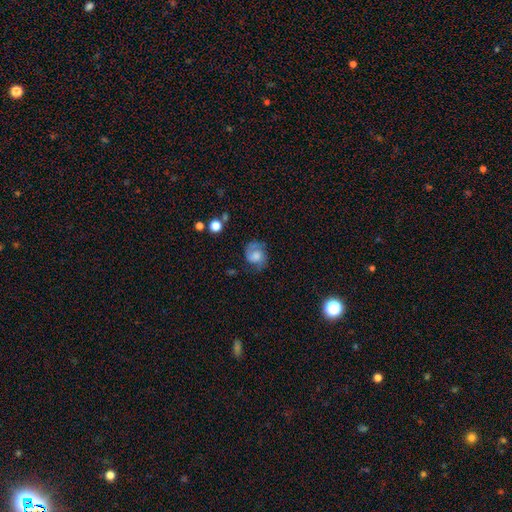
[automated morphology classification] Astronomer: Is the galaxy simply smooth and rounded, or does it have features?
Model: smooth — 47% (runner-up: featured or disk, 44%).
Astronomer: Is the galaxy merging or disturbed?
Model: none — 56%.